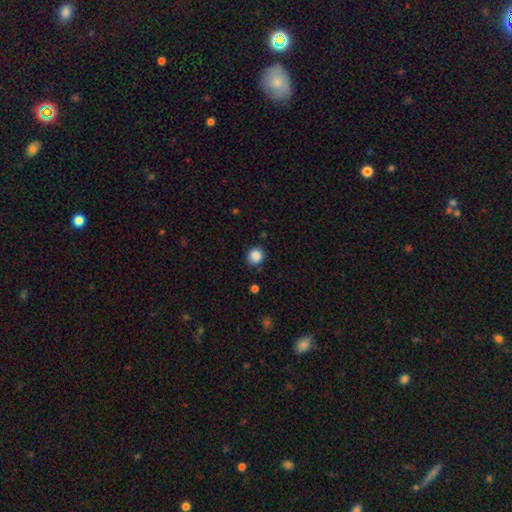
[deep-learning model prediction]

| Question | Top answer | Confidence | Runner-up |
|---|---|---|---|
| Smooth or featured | smooth | 87% | star or artifact (10%) |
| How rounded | round | 89% | in between (10%) |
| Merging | none | 87% | minor disturbance (9%) |